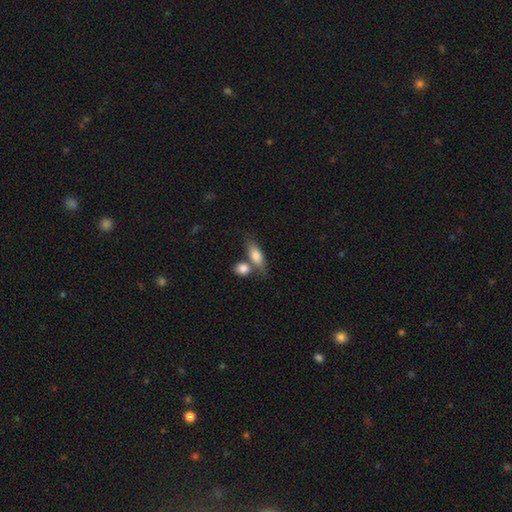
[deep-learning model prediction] Smooth or featured?
  - smooth: 78% *
  - featured or disk: 16%
  - star or artifact: 6%
How rounded?
  - in between: 74% *
  - cigar-shaped: 20%
  - round: 7%
Merging?
  - none: 46% *
  - merger: 36%
  - minor disturbance: 13%
  - major disturbance: 5%